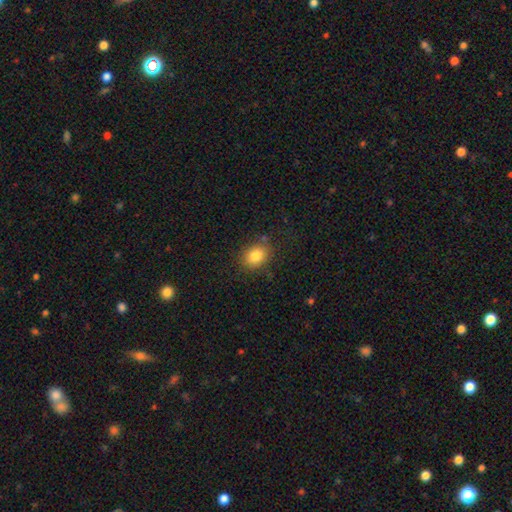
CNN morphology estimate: A smooth galaxy with no disk features (83%) that is in between round and cigar-shaped (56%). Merging: none (80%).